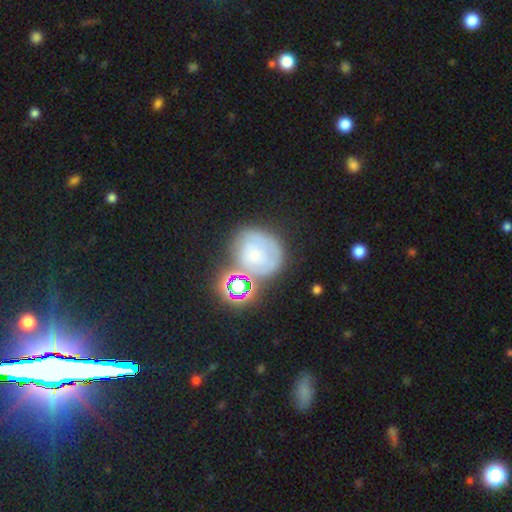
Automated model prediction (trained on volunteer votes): Morphology: type=featured or disk (44%); merging=none (54%).